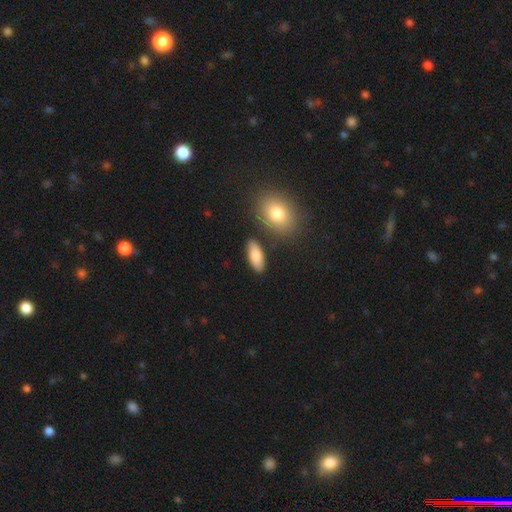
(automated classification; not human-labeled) smooth_or_featured: smooth (p=0.84) [alt: featured or disk p=0.10]
how_rounded: in between (p=0.83) [alt: cigar-shaped p=0.14]
merging: none (p=0.82) [alt: minor disturbance p=0.11]